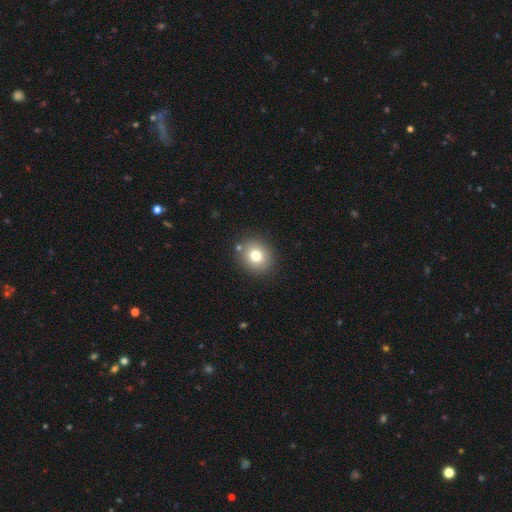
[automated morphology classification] type=smooth (78%); roundness=round (71%); merging=none (87%).